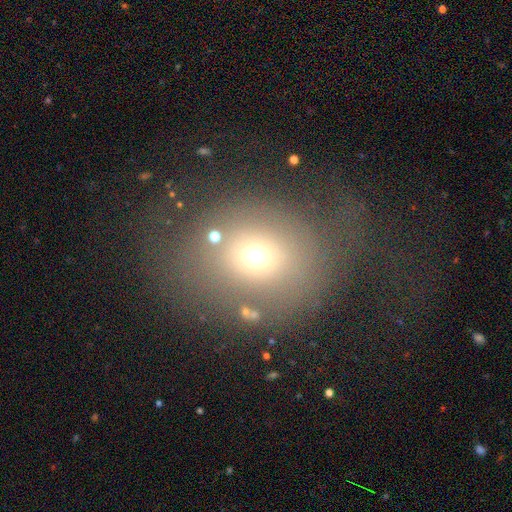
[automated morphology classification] The model was most divided on "merging": none: 47%, major disturbance: 28%, minor disturbance: 20%, merger: 5%. More confident: how rounded — round (69%); smooth or featured — smooth (61%).